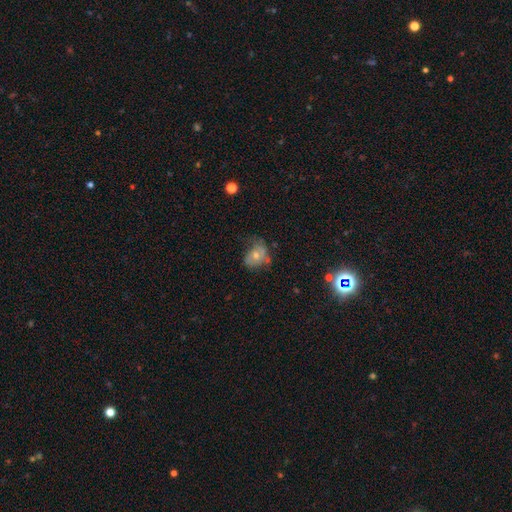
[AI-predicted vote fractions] Smooth or featured?
  - smooth: 49% *
  - featured or disk: 33%
  - star or artifact: 18%
Merging?
  - none: 47% *
  - minor disturbance: 33%
  - major disturbance: 18%
  - merger: 3%